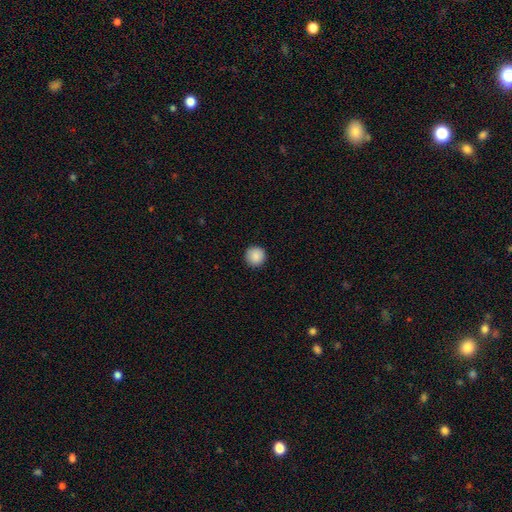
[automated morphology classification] The model was most divided on "smooth or featured": smooth: 89%, star or artifact: 8%, featured or disk: 3%. More confident: how rounded — round (95%); merging — none (92%).